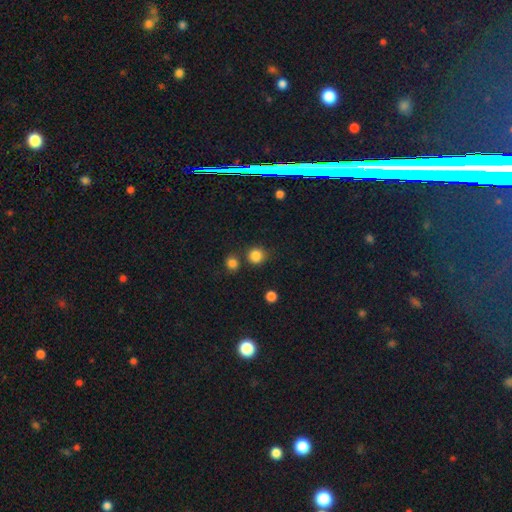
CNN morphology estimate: Q: Smooth or featured?
A: smooth (84%); runner-up: star or artifact (12%)
Q: How rounded?
A: round (90%); runner-up: in between (9%)
Q: Merging?
A: none (76%); runner-up: merger (12%)